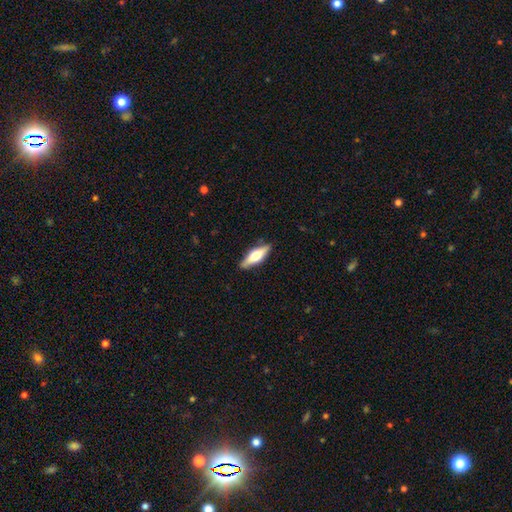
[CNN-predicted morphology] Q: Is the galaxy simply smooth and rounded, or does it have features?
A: smooth — 47%, tied with featured or disk.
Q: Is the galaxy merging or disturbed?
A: none — 86%.